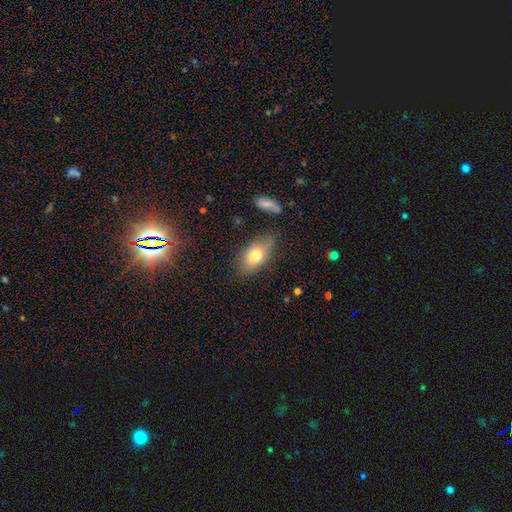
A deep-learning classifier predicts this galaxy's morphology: This appears to be a smooth galaxy with no disk features (74%) that is in between round and cigar-shaped (86%). Merging: none (74%).